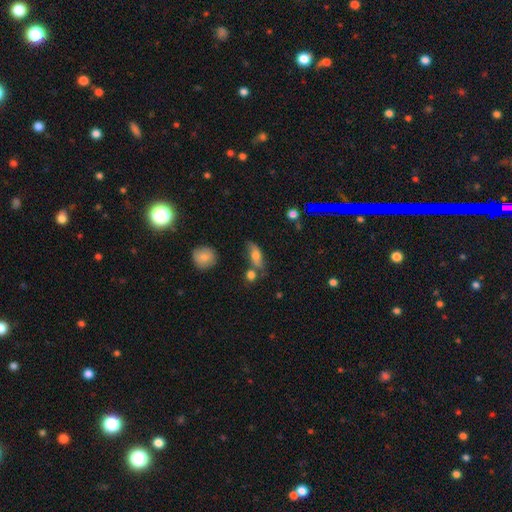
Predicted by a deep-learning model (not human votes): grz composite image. It shows a smooth galaxy with no disk features (68%) that is in between round and cigar-shaped (72%). Merging: none (54%).